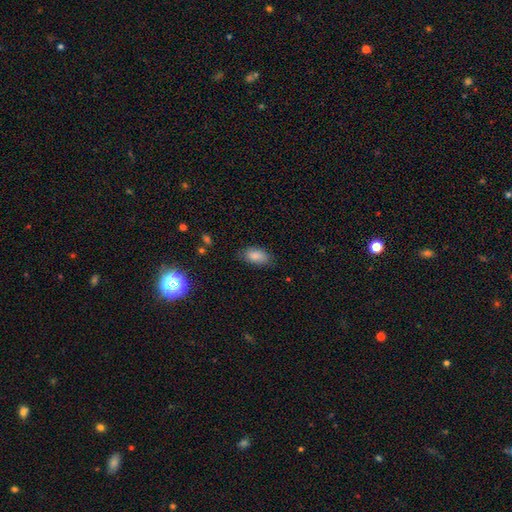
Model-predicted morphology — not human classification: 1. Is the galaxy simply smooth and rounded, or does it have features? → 85% smooth, 8% star or artifact, 7% featured or disk.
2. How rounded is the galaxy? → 92% in between, 4% round, 4% cigar-shaped.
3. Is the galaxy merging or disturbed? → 75% none, 20% minor disturbance, 4% major disturbance, 1% merger.